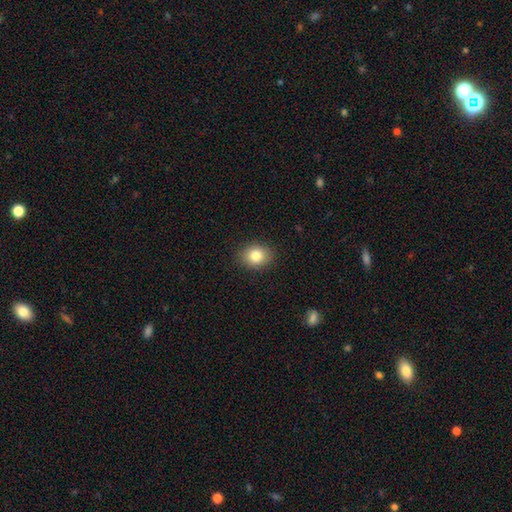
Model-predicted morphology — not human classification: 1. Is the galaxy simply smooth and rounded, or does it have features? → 83% smooth, 9% star or artifact, 7% featured or disk.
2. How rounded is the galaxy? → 51% round, 48% in between, 1% cigar-shaped.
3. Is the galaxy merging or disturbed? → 89% none, 8% minor disturbance, 2% major disturbance, 1% merger.